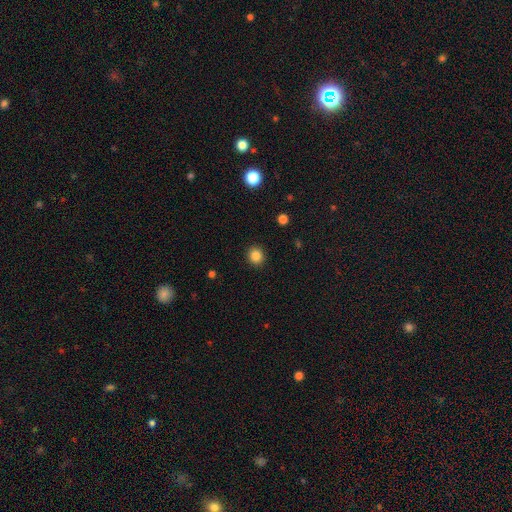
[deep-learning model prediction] A smooth galaxy with no disk features (85%) that is round (86%).

Vote fractions:
- Smooth or featured? smooth: 85% / star or artifact: 11% / featured or disk: 4%
- How rounded? round: 86% / in between: 13% / cigar-shaped: 1%
- Merging? none: 91% / minor disturbance: 6% / major disturbance: 2% / merger: 1%